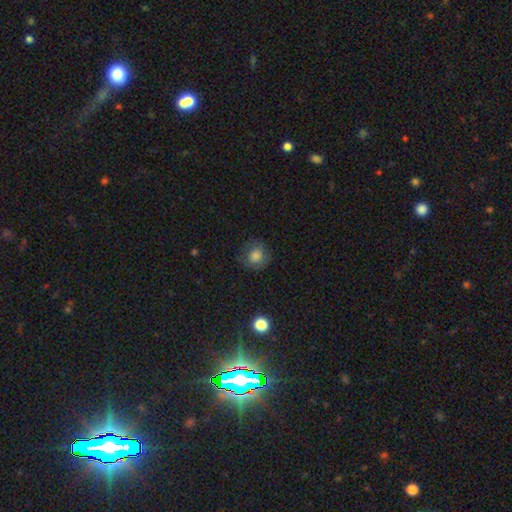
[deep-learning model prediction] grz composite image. It shows a smooth galaxy with no disk features (74%) that is round (86%). Merging: none (75%).